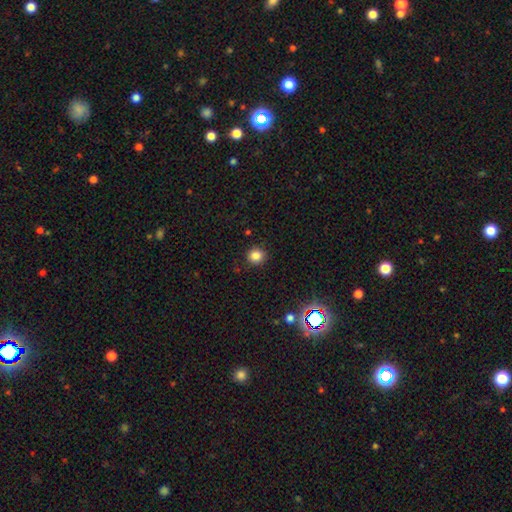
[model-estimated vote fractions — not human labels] Smooth or featured? Predicted: smooth (p=0.83). How rounded? Predicted: round (p=0.90). Merging? Predicted: none (p=0.89).